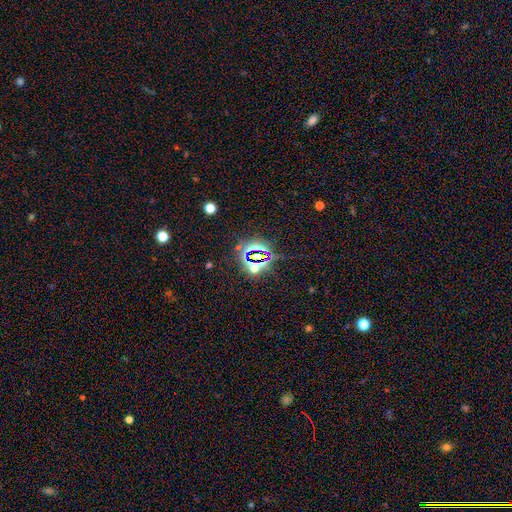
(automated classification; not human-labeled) Overall: star or artifact (77%).